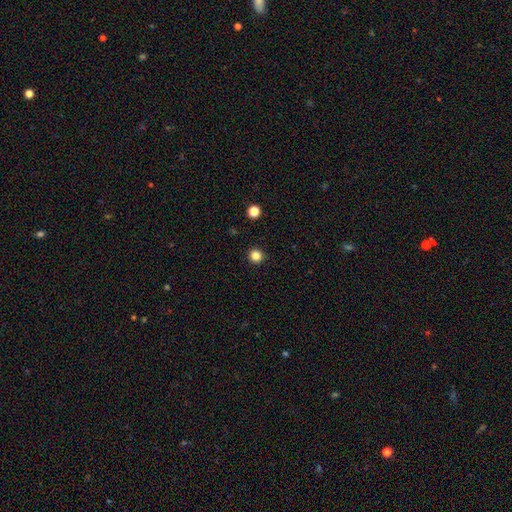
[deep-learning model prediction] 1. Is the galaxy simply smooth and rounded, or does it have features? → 84% smooth, 12% star or artifact, 4% featured or disk.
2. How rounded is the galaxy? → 95% round, 4% in between, 1% cigar-shaped.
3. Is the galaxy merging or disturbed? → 93% none, 4% minor disturbance, 2% major disturbance, 1% merger.